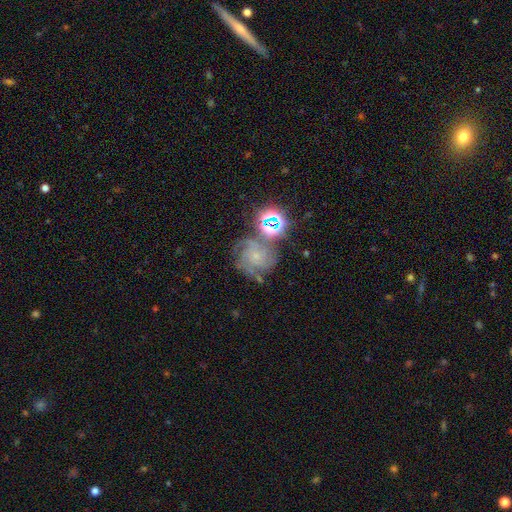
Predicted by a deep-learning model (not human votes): featured or disk 66%, star or artifact 20%, smooth 14%. Down the decision tree: edge-on disk — no (98%); bar — no (78%); spiral arms — yes (94%); spiral arm count — 3 (27%); spiral winding — tight (60%); bulge size — small (77%); merging — none (59%).